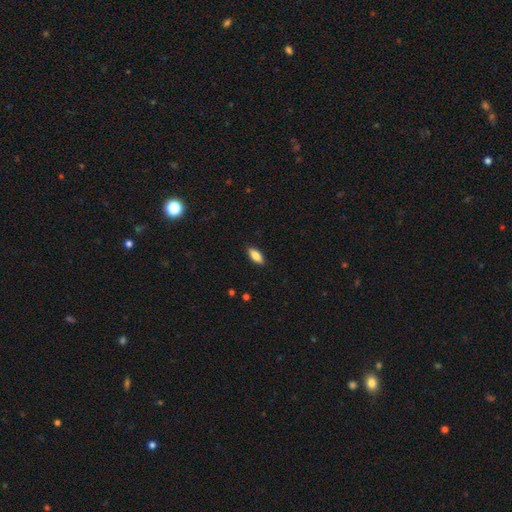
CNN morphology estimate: A smooth galaxy with no disk features (80%) that is in between round and cigar-shaped (80%). Merging: none (89%).